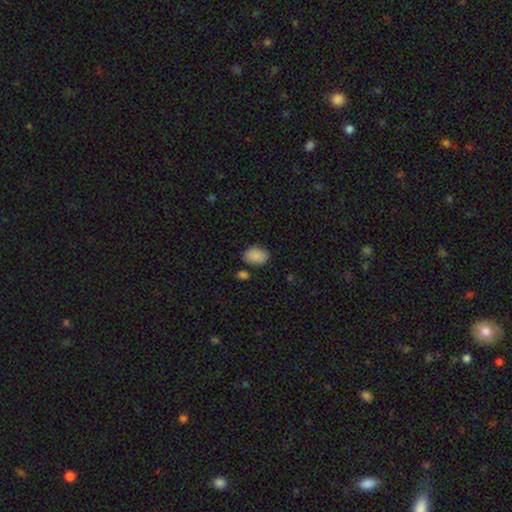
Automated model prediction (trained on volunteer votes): A smooth galaxy with no disk features (88%) that is in between round and cigar-shaped (85%). Merging: none (77%).